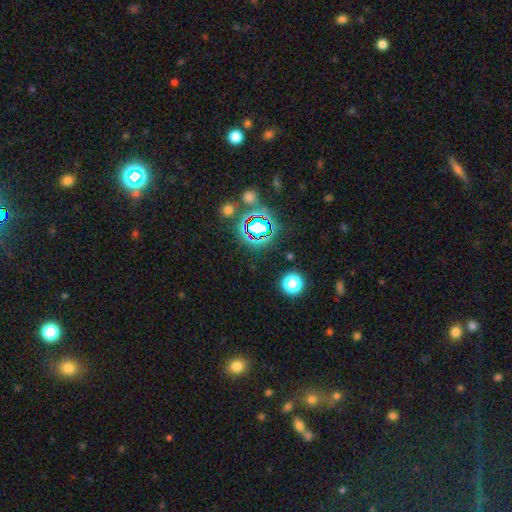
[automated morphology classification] Overall: star or artifact (74%).